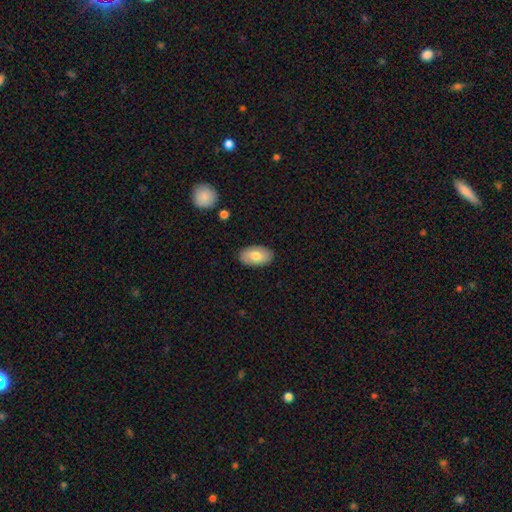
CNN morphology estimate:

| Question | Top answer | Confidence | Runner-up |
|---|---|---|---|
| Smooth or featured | smooth | 73% | featured or disk (21%) |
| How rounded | in between | 94% | round (5%) |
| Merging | none | 88% | minor disturbance (9%) |